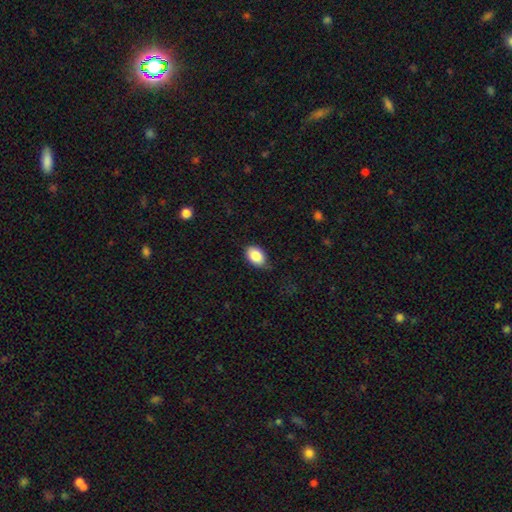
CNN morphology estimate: This is clearly a smooth galaxy (87%). How rounded: clearly in between (84%). Merging: likely none (73%).